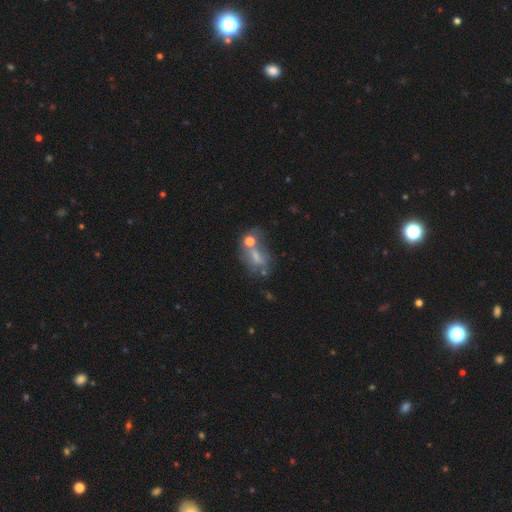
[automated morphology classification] Overall: smooth (47%; featured or disk 37%). Merging: none (33%; merger 27%).